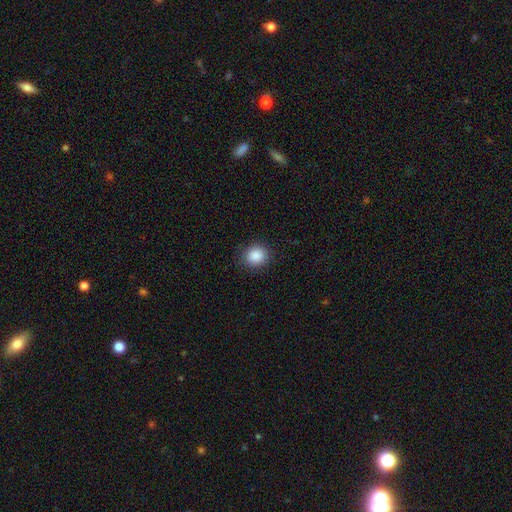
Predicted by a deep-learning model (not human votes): smooth_or_featured: smooth (p=0.88) [alt: star or artifact p=0.09]
how_rounded: round (p=0.79) [alt: in between p=0.20]
merging: none (p=0.88) [alt: minor disturbance p=0.08]